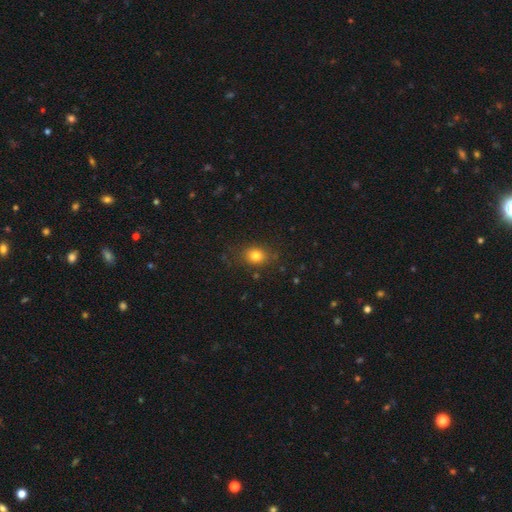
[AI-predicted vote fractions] Smooth or featured: smooth — 80% (star or artifact — 13%)
How rounded: round — 52% (in between — 47%)
Merging: none — 82% (minor disturbance — 13%)